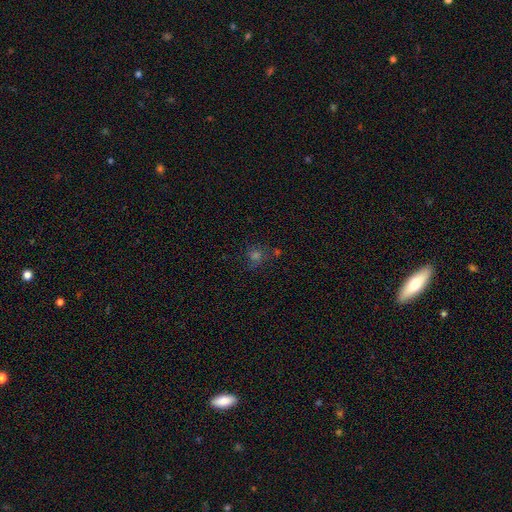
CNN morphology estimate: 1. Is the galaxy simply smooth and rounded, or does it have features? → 52% smooth, 35% star or artifact, 13% featured or disk.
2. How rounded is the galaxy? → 89% round, 10% in between, 1% cigar-shaped.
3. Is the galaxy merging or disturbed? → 74% none, 13% minor disturbance, 7% merger, 6% major disturbance.